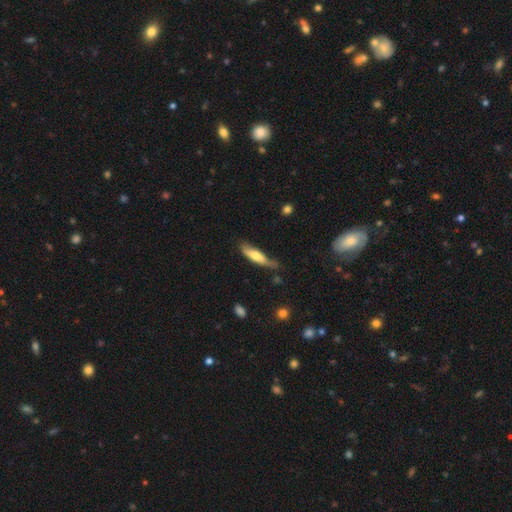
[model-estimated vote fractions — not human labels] Smooth or featured?
  - smooth: 61% *
  - featured or disk: 33%
  - star or artifact: 6%
How rounded?
  - cigar-shaped: 67% *
  - in between: 31%
  - round: 2%
Merging?
  - none: 45% *
  - minor disturbance: 38%
  - major disturbance: 14%
  - merger: 4%